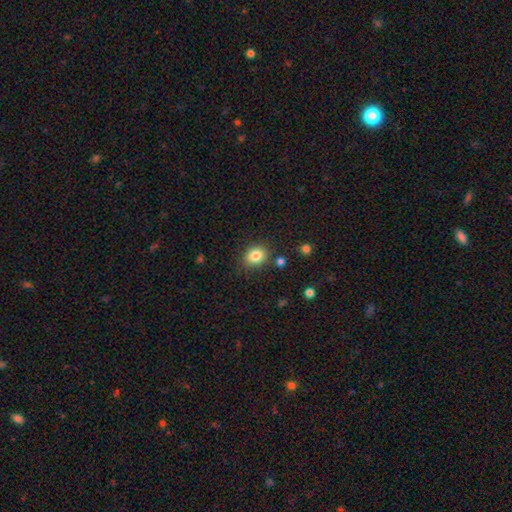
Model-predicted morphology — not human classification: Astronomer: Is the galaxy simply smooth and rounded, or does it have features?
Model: smooth — 83%.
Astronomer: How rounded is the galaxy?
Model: in between — 51% (runner-up: round, 48%).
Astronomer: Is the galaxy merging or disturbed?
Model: none — 81%.